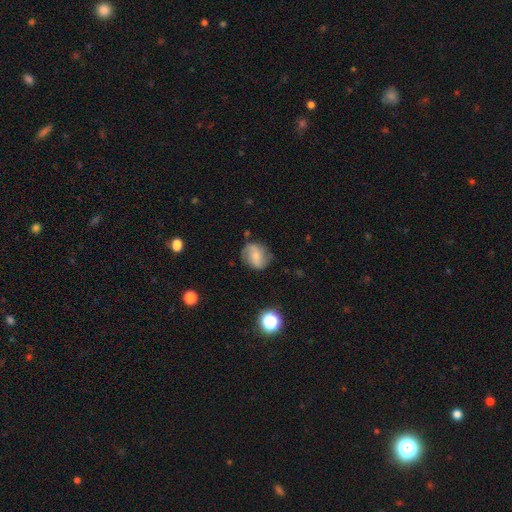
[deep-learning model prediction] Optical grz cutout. It shows a smooth galaxy with no disk features (47%). Merging: none (72%).